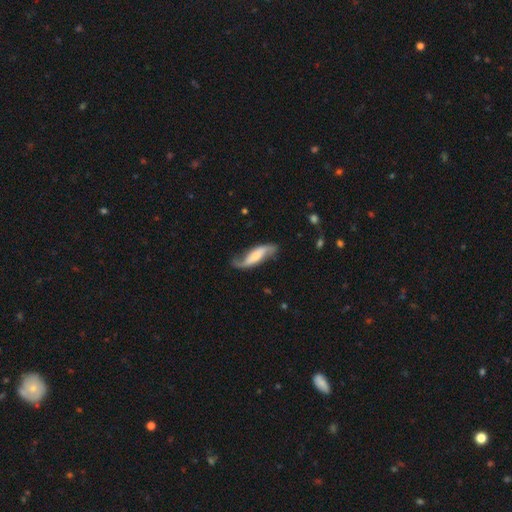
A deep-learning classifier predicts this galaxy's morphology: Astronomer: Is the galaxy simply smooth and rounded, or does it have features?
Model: featured or disk — 75%.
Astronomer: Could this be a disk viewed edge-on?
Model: no — 85%.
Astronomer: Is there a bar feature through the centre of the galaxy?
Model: no — 39% (runner-up: weak, 32%).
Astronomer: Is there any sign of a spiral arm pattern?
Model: yes — 94%.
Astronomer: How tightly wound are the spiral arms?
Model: loose — 75%.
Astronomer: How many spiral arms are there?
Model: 2 — 89%.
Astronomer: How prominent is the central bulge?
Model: small — 39% (runner-up: moderate, 37%).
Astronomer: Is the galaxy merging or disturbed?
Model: none — 68%.